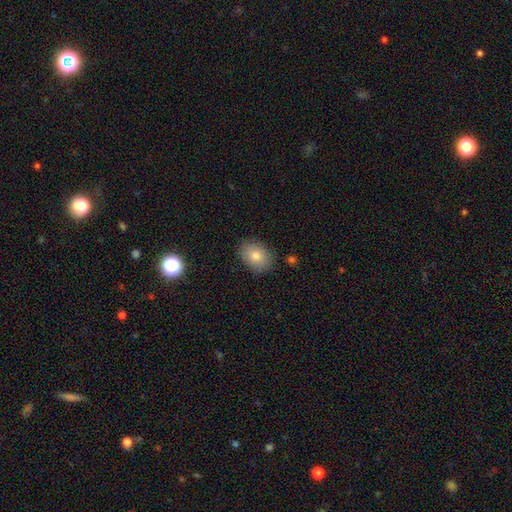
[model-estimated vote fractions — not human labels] Q: Smooth or featured?
A: smooth (80%); runner-up: featured or disk (11%)
Q: How rounded?
A: in between (71%); runner-up: round (28%)
Q: Merging?
A: none (86%); runner-up: minor disturbance (10%)